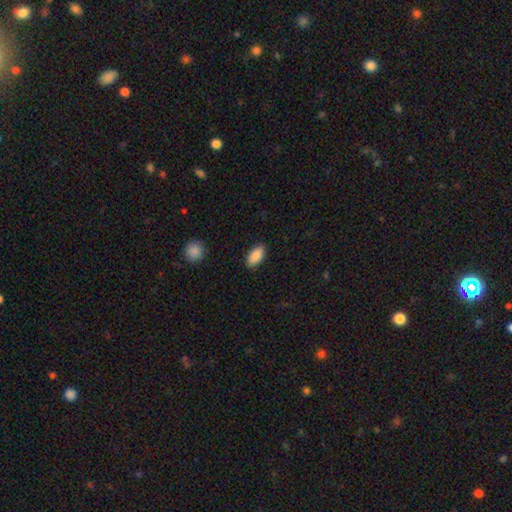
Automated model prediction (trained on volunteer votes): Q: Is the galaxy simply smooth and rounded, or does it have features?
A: smooth — 89%.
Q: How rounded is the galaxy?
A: in between — 91%.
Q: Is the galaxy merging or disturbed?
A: none — 88%.